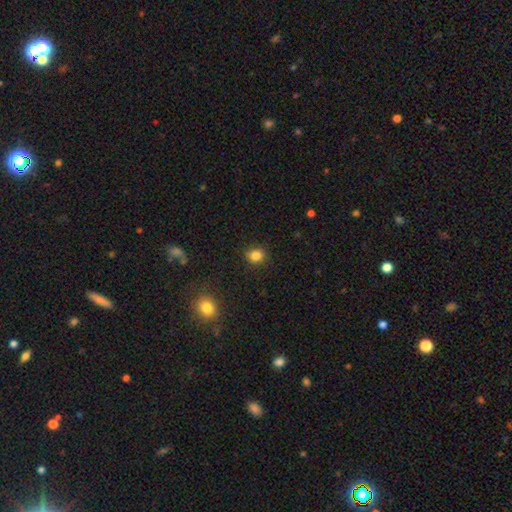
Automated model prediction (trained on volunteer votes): This appears to be a smooth galaxy with no disk features (83%) that is round (77%). Merging: none (85%).